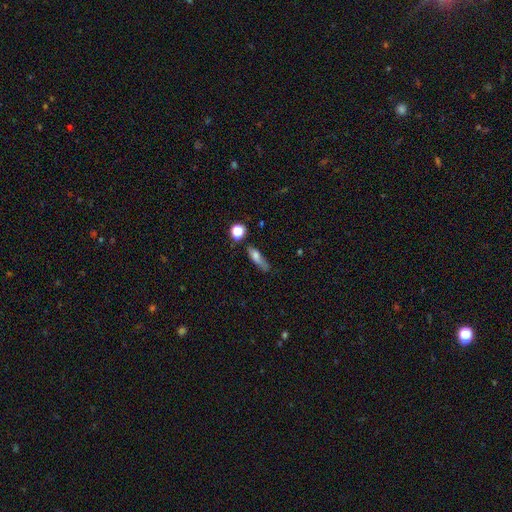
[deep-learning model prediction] Smooth or featured? Predicted: smooth (p=0.68). How rounded? Predicted: cigar-shaped (p=0.49). Merging? Predicted: none (p=0.44).